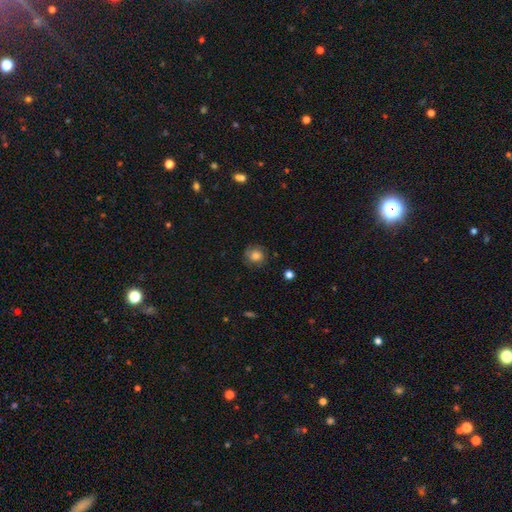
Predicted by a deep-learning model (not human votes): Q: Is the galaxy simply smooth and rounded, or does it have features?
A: smooth — 68%.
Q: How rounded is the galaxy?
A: round — 84%.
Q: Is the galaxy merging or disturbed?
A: none — 74%.